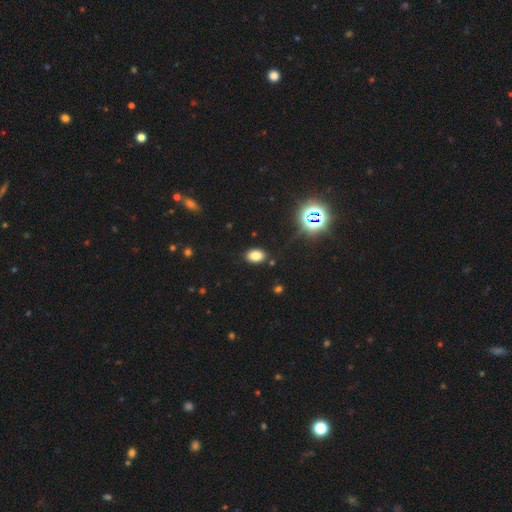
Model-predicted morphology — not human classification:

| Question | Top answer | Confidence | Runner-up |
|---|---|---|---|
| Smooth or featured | smooth | 77% | star or artifact (16%) |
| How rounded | in between | 85% | round (14%) |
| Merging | none | 87% | minor disturbance (9%) |